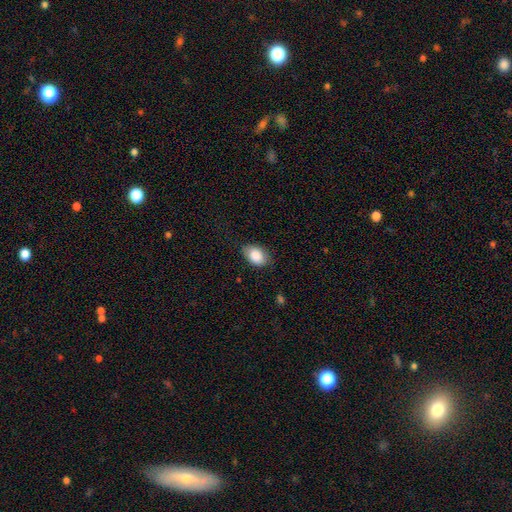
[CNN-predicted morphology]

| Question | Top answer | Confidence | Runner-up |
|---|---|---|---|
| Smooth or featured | smooth | 87% | star or artifact (7%) |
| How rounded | in between | 85% | round (14%) |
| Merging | none | 77% | minor disturbance (19%) |